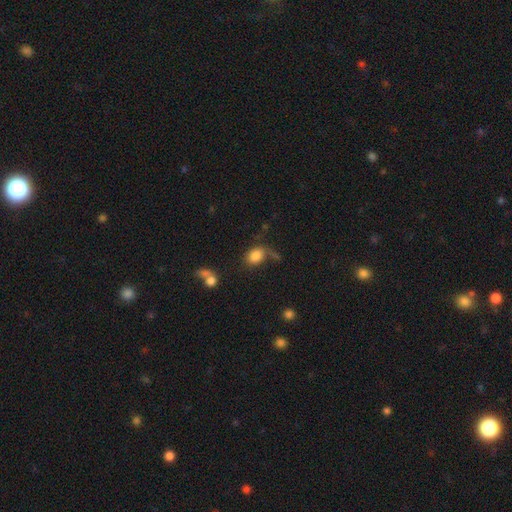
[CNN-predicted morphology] smooth 82%, star or artifact 9%, featured or disk 8%. Down the decision tree: how rounded — in between (72%); merging — none (50%).